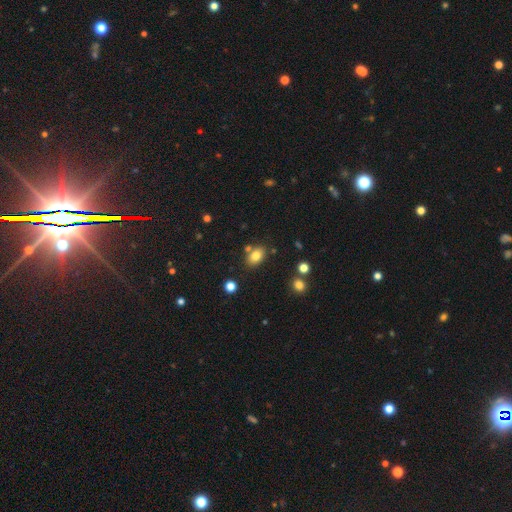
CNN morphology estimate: smooth_or_featured: smooth (p=0.81) [alt: star or artifact p=0.10]
how_rounded: in between (p=0.84) [alt: round p=0.15]
merging: none (p=0.76) [alt: minor disturbance p=0.12]